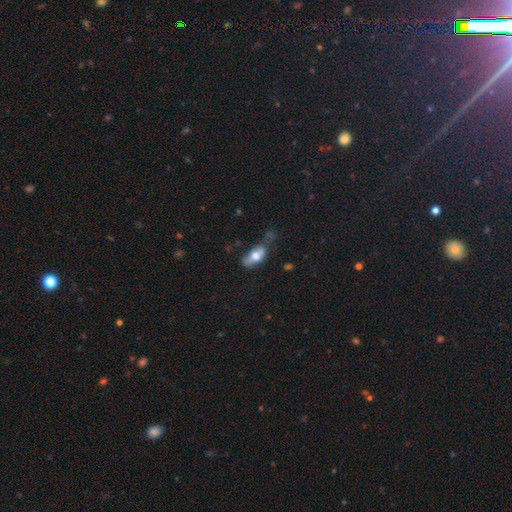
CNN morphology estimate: This appears to be a smooth galaxy with no disk features (64%) that is in between round and cigar-shaped (83%). Merging: none (40%).